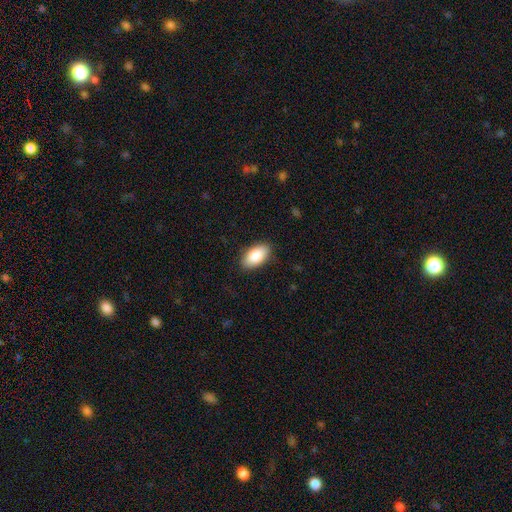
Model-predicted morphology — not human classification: Smooth or featured? smooth (86%)
How rounded? in between (94%)
Merging? none (87%)